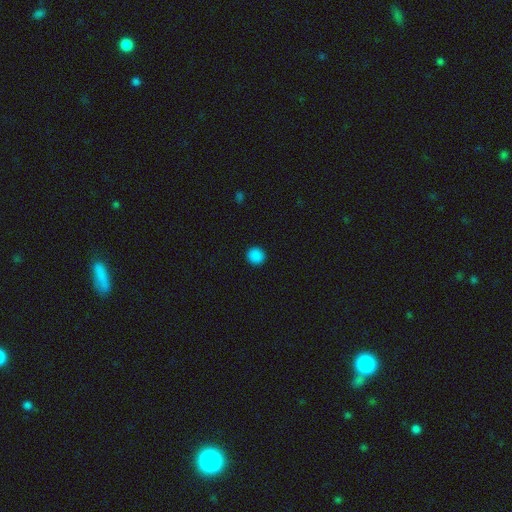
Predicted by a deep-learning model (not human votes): A smooth galaxy with no disk features (87%) that is round (93%). Merging: none (93%).